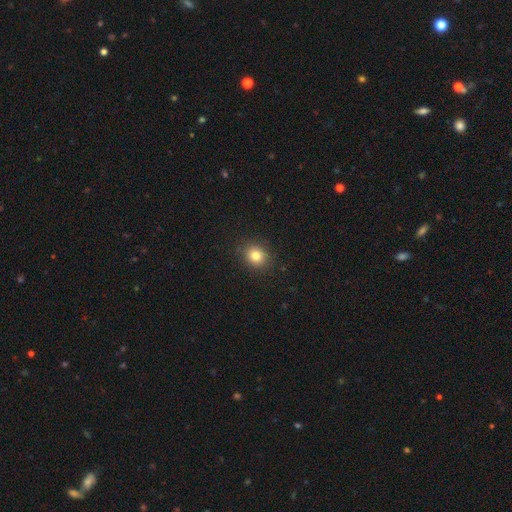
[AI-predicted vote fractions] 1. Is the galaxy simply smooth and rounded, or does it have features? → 81% smooth, 12% star or artifact, 7% featured or disk.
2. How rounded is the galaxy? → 72% round, 27% in between, 1% cigar-shaped.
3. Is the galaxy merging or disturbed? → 89% none, 8% minor disturbance, 2% major disturbance, 1% merger.